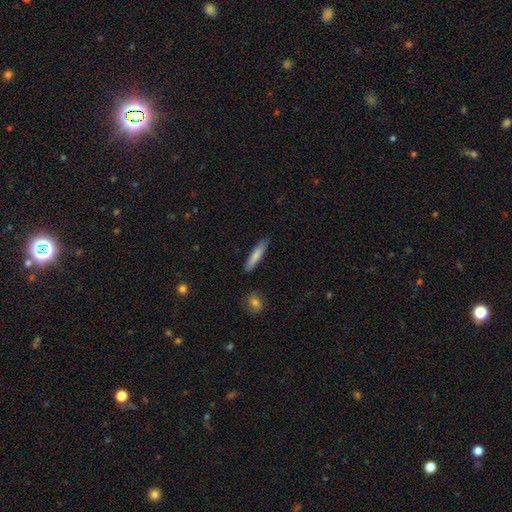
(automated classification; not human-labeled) Smooth or featured: smooth — 79% (featured or disk — 16%)
How rounded: cigar-shaped — 88% (in between — 11%)
Merging: none — 87% (minor disturbance — 10%)